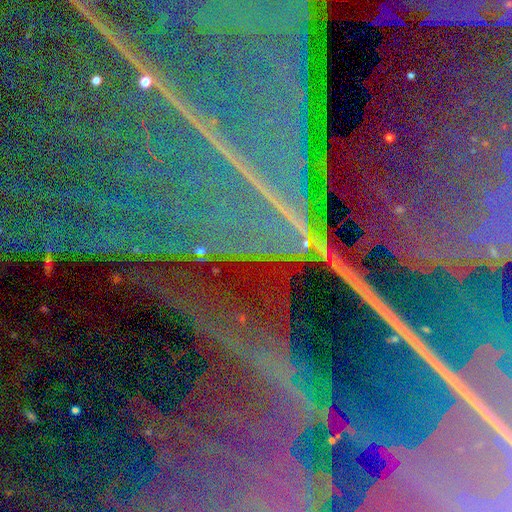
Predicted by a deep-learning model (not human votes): smooth-or-featured: star or artifact: 88% | featured or disk: 7% | smooth: 4%